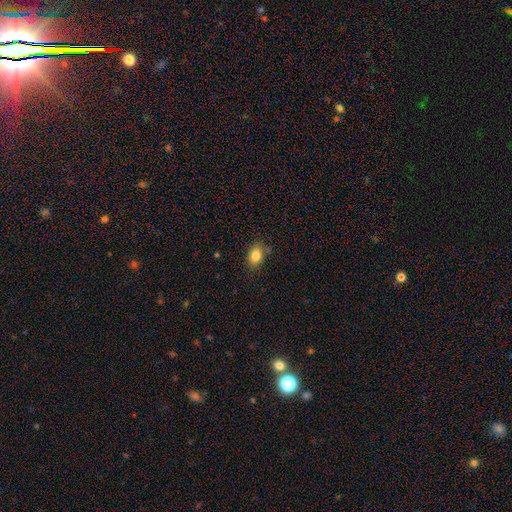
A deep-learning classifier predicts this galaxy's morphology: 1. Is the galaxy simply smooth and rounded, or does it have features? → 84% smooth, 10% star or artifact, 7% featured or disk.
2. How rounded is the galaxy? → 78% in between, 21% round, 1% cigar-shaped.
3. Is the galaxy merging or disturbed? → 78% none, 15% minor disturbance, 3% major disturbance, 3% merger.